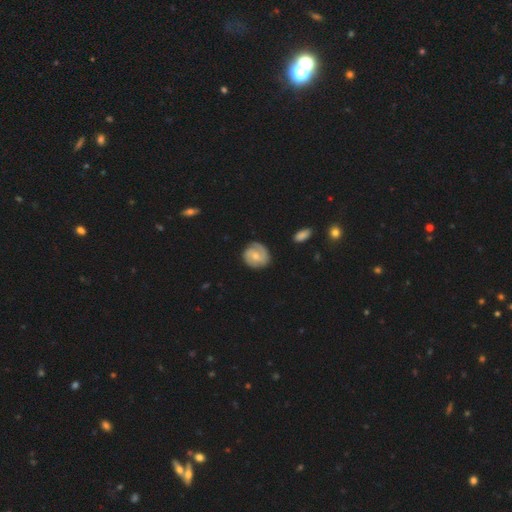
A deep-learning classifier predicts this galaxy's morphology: smooth-or-featured: featured or disk: 67% | smooth: 27% | star or artifact: 6%
  disk-edge-on: no: 97% | yes: 3%
    bar: no: 47% | weak: 45% | strong: 8%
    has-spiral-arms: yes: 92% | no: 8%
      spiral-winding: tight: 49% | medium: 38% | loose: 13%
      spiral-arm-count: 2: 70% | can't tell: 13% | 1: 10% | 3: 5% | 4: 2% | more than 4: 1%
    bulge-size: small: 49% | moderate: 45% | none: 4% | large: 2% | dominant: 1%
  merging: none: 79% | minor disturbance: 15% | major disturbance: 4% | merger: 2%